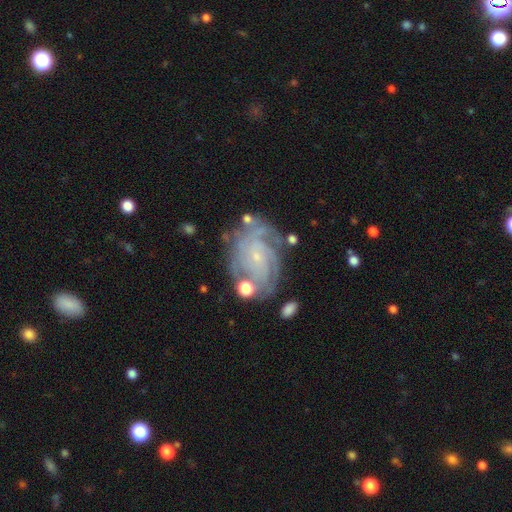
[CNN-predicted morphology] Smooth or featured: featured or disk — 85% (smooth — 8%)
Edge-on disk: no — 97% (yes — 3%)
Bar: no — 73% (weak — 22%)
Spiral arms: yes — 96% (no — 4%)
Spiral winding: tight — 73% (medium — 22%)
Spiral arm count: can't tell — 28% (3 — 20%)
Bulge size: small — 83% (moderate — 10%)
Merging: none — 67% (minor disturbance — 20%)